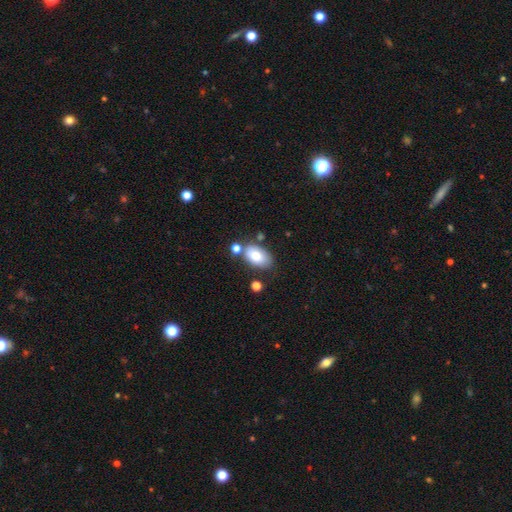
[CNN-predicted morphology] Smooth or featured?
  - smooth: 79% *
  - featured or disk: 13%
  - star or artifact: 8%
How rounded?
  - in between: 92% *
  - round: 7%
  - cigar-shaped: 1%
Merging?
  - none: 66% *
  - minor disturbance: 17%
  - merger: 12%
  - major disturbance: 5%